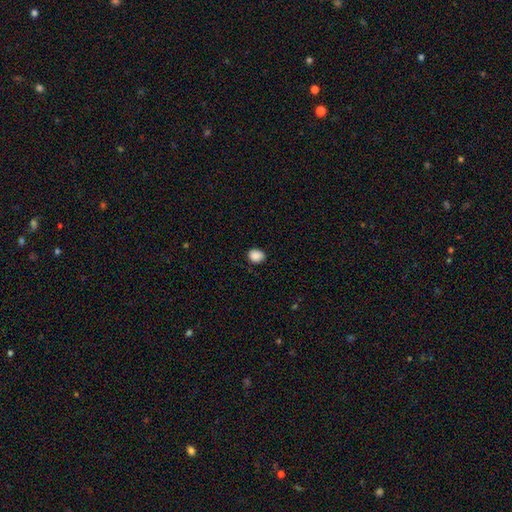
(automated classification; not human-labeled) smooth_or_featured: smooth (p=0.88) [alt: star or artifact p=0.09]
how_rounded: round (p=0.54) [alt: in between p=0.45]
merging: none (p=0.86) [alt: minor disturbance p=0.11]